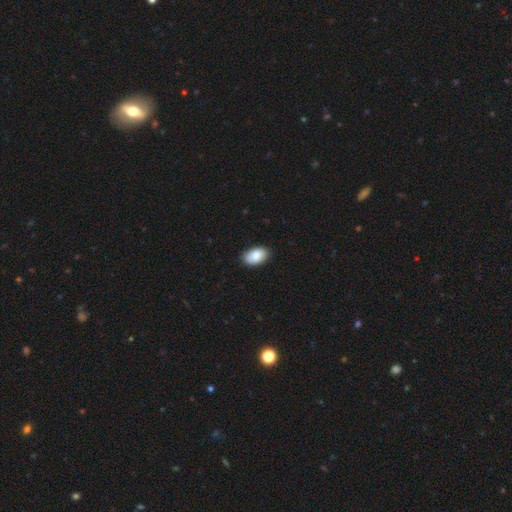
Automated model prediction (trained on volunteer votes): This appears to be a smooth galaxy with no disk features (88%) that is in between round and cigar-shaped (93%). Merging: none (89%).